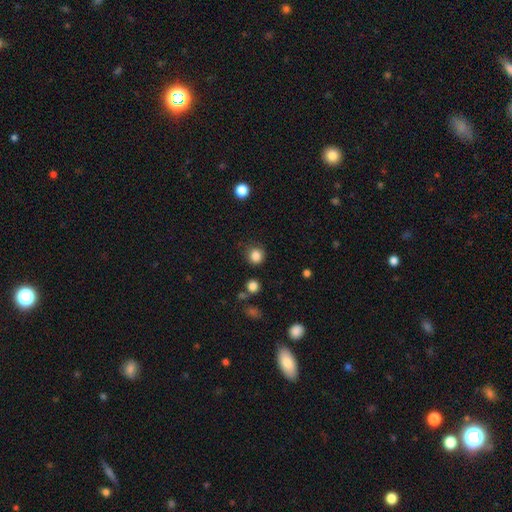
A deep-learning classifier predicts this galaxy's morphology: smooth_or_featured: smooth (p=0.85) [alt: star or artifact p=0.11]
how_rounded: round (p=0.90) [alt: in between p=0.09]
merging: none (p=0.84) [alt: minor disturbance p=0.11]